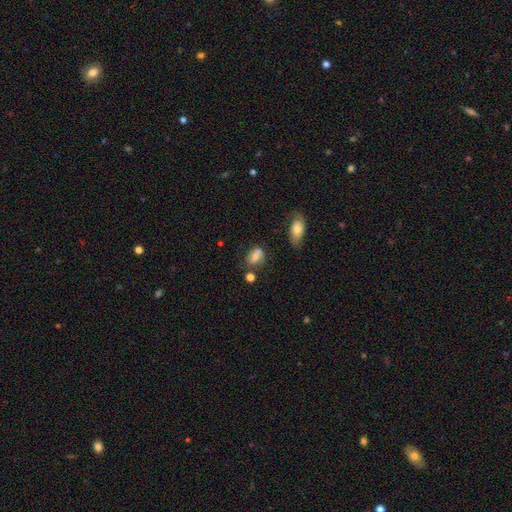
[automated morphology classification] type=smooth (65%); roundness=in between (75%); merging=none (57%).